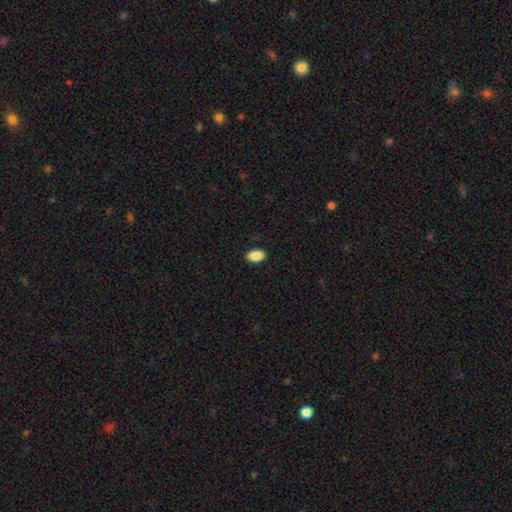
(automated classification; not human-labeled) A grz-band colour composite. It shows a smooth galaxy with no disk features (88%) that is in between round and cigar-shaped (86%). Merging: none (89%).